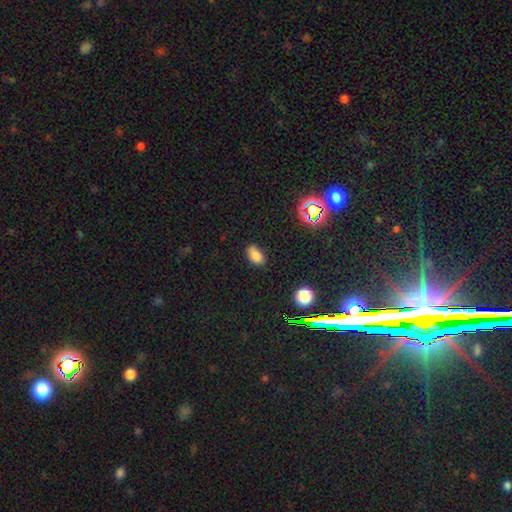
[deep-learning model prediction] Smooth or featured?
  - smooth: 80% *
  - star or artifact: 14%
  - featured or disk: 6%
How rounded?
  - in between: 88% *
  - round: 10%
  - cigar-shaped: 2%
Merging?
  - none: 76% *
  - minor disturbance: 18%
  - major disturbance: 4%
  - merger: 2%